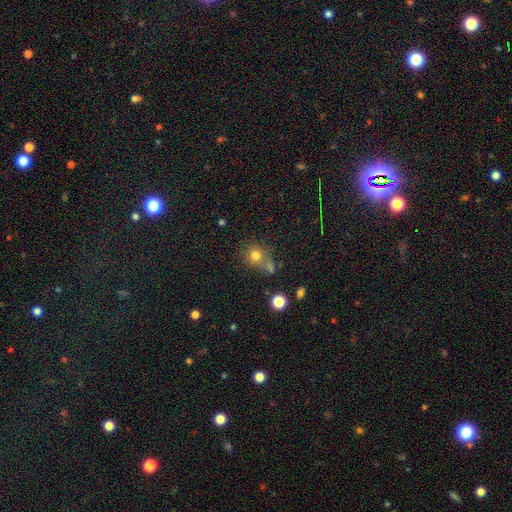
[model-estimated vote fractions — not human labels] A smooth galaxy with no disk features (76%) that is round (83%).

Vote fractions:
- Smooth or featured? smooth: 76% / star or artifact: 14% / featured or disk: 10%
- How rounded? round: 83% / in between: 16% / cigar-shaped: 1%
- Merging? none: 53% / merger: 27% / minor disturbance: 13% / major disturbance: 7%